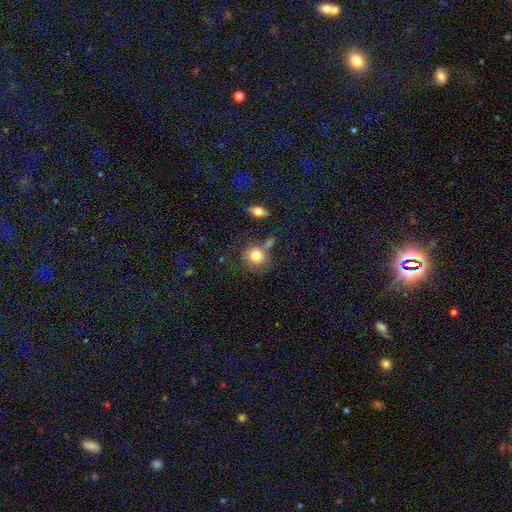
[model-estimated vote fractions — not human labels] smooth-or-featured: smooth: 79% | featured or disk: 13% | star or artifact: 8%
  how-rounded: round: 69% | in between: 30% | cigar-shaped: 1%
  merging: none: 52% | merger: 20% | minor disturbance: 19% | major disturbance: 9%